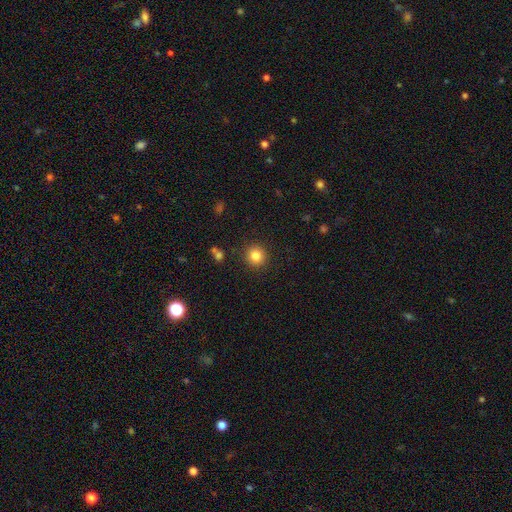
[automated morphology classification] Overall: smooth (83%). How rounded: round (93%). Merging: none (90%).